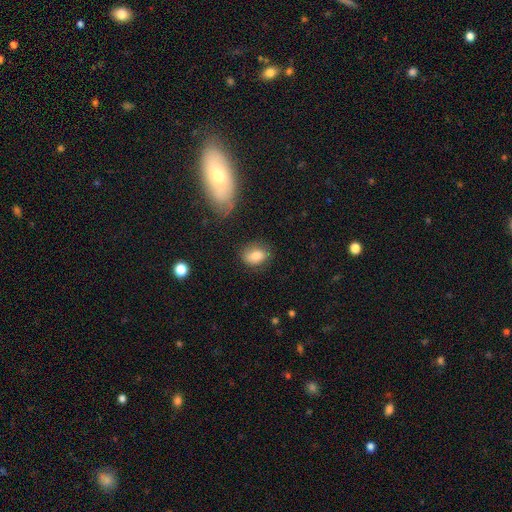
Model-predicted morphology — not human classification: smooth-or-featured: smooth: 81% | featured or disk: 10% | star or artifact: 9%
  how-rounded: in between: 75% | round: 23% | cigar-shaped: 2%
  merging: none: 70% | minor disturbance: 21% | major disturbance: 6% | merger: 2%